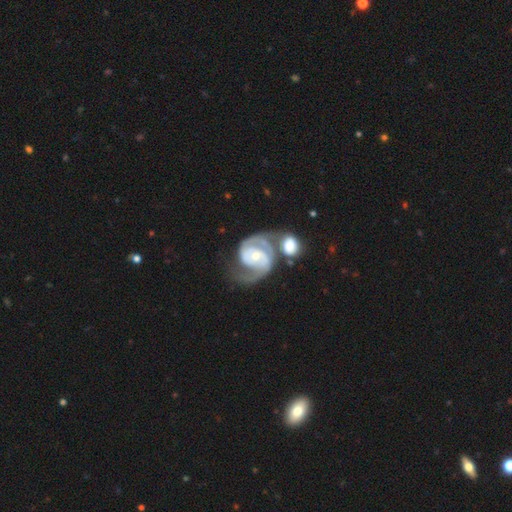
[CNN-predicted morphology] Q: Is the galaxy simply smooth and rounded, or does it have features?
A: featured or disk — 90%.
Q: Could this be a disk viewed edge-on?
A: no — 98%.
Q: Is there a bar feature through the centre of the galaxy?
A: no — 56%.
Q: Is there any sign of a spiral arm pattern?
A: yes — 97%.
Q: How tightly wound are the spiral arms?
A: medium — 47%.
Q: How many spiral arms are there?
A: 2 — 85%.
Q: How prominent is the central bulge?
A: small — 52%.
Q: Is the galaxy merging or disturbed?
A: none — 37%.